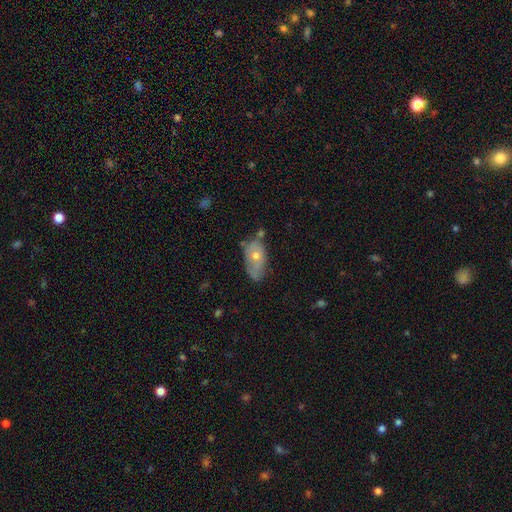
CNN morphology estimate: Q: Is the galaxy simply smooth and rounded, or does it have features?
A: smooth — 49%.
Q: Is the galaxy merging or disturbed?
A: none — 49%.